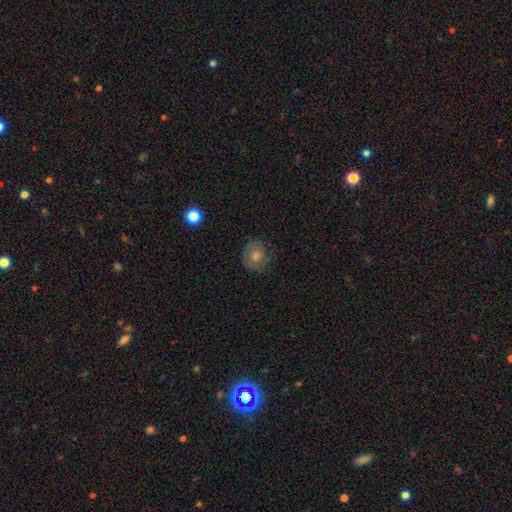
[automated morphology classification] Smooth or featured? Predicted: smooth (p=0.54). How rounded? Predicted: round (p=0.77). Merging? Predicted: none (p=0.81).